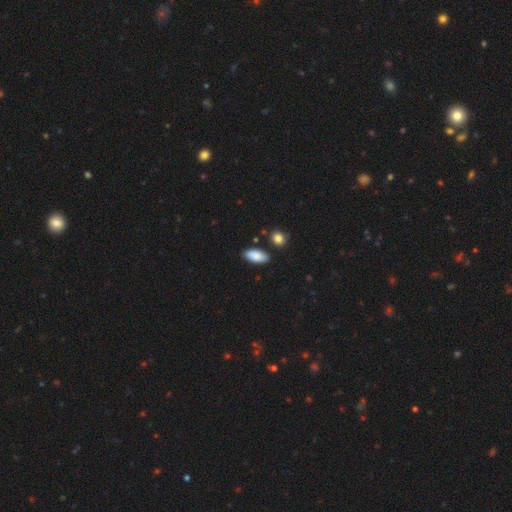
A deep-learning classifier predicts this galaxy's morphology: The model was most divided on "merging": none: 83%, minor disturbance: 11%, merger: 4%, major disturbance: 2%. More confident: how rounded — in between (90%); smooth or featured — smooth (88%).